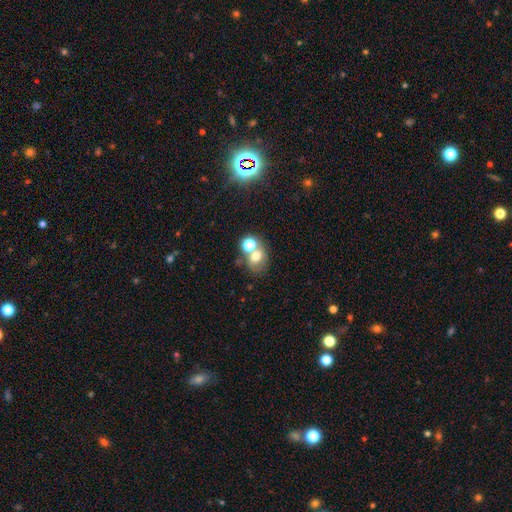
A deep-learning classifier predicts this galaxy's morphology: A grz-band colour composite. It shows a smooth galaxy with no disk features (67%) that is round (53%). Merging: none (43%).